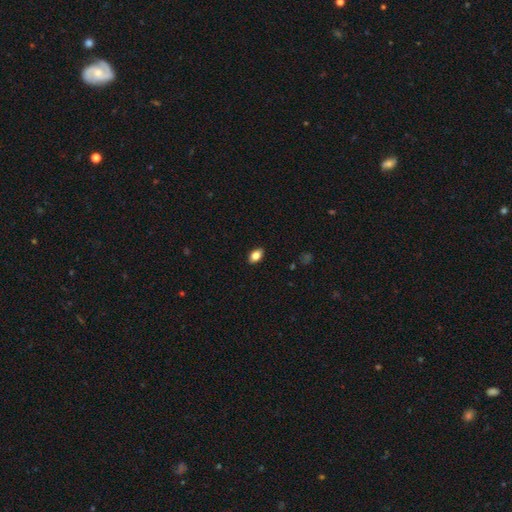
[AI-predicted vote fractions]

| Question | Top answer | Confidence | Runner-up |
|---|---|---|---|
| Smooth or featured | smooth | 82% | featured or disk (9%) |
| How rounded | in between | 88% | round (10%) |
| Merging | none | 89% | minor disturbance (9%) |